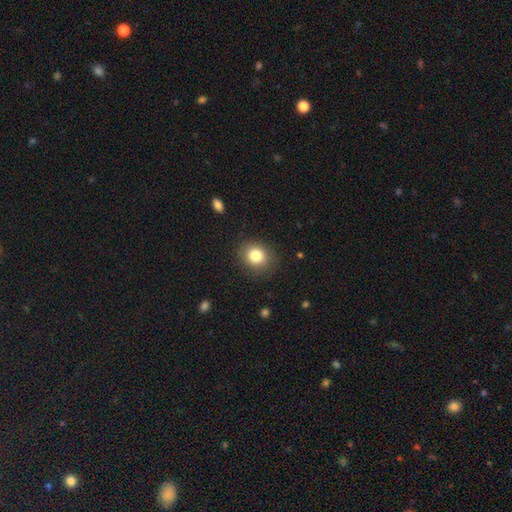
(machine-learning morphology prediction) This is clearly a smooth galaxy (82%). How rounded: likely round (67%). Merging: clearly none (85%).